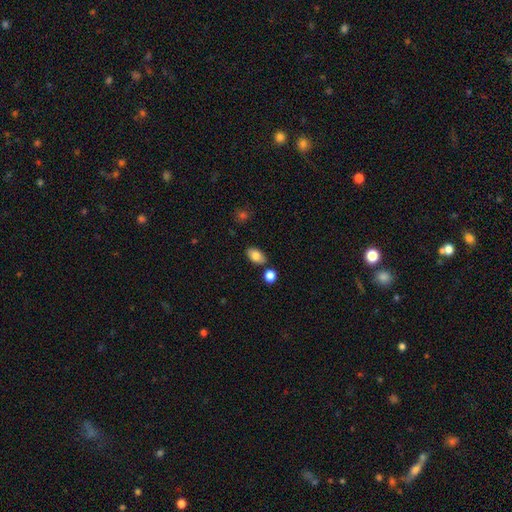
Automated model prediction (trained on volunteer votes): smooth-or-featured: smooth: 81% | featured or disk: 11% | star or artifact: 8%
  how-rounded: in between: 89% | round: 9% | cigar-shaped: 2%
  merging: none: 79% | minor disturbance: 11% | merger: 8% | major disturbance: 3%